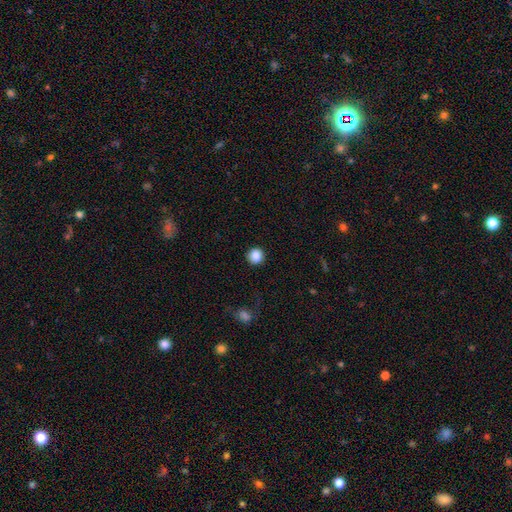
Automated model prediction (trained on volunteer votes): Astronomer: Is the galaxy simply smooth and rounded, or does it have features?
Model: smooth — 87%.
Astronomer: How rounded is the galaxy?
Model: round — 92%.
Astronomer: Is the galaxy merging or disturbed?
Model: none — 90%.